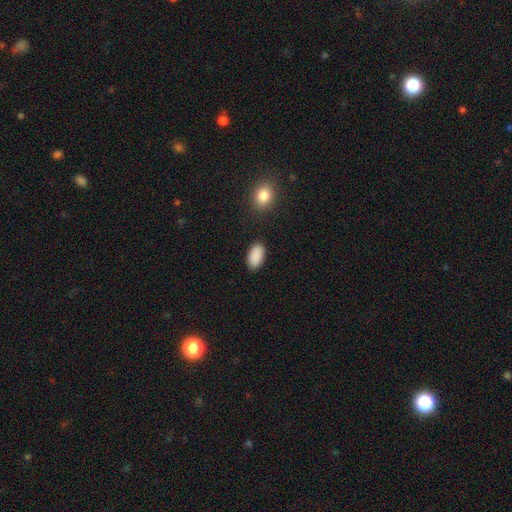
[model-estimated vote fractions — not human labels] The model was most divided on "merging": none: 86%, minor disturbance: 9%, major disturbance: 2%, merger: 2%. More confident: how rounded — in between (94%); smooth or featured — smooth (90%).